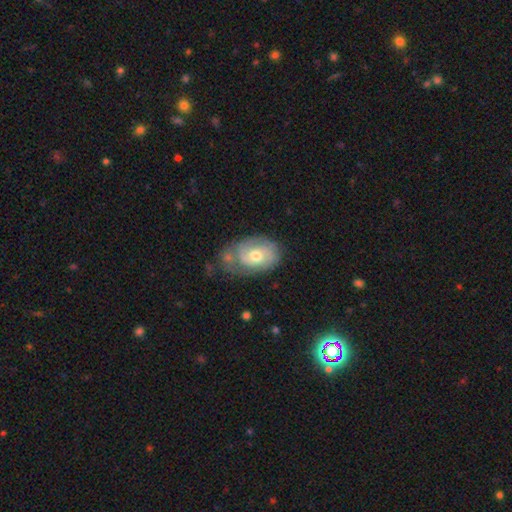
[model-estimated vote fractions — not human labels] Q: Smooth or featured?
A: featured or disk (69%); runner-up: smooth (25%)
Q: Edge-on disk?
A: no (96%); runner-up: yes (4%)
Q: Bar?
A: no (65%); runner-up: weak (30%)
Q: Spiral arms?
A: yes (84%); runner-up: no (16%)
Q: Spiral winding?
A: tight (52%); runner-up: medium (36%)
Q: Spiral arm count?
A: 2 (54%); runner-up: can't tell (27%)
Q: Bulge size?
A: moderate (73%); runner-up: small (18%)
Q: Merging?
A: none (51%); runner-up: minor disturbance (27%)